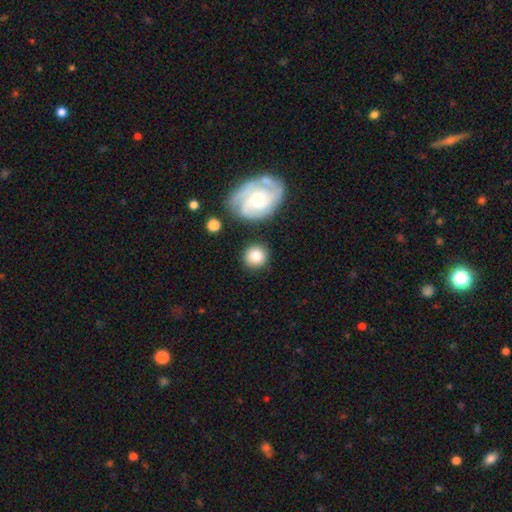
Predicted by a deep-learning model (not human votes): This appears to be a smooth galaxy with no disk features (79%) that is round (89%). Merging: none (83%).